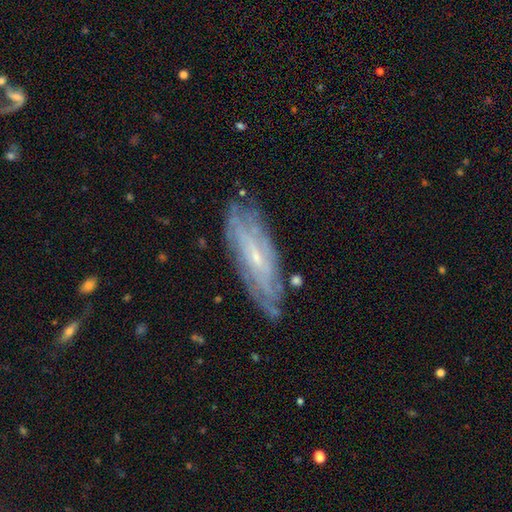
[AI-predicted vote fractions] This is likely a featured or disk galaxy (75%). It is likely not viewed edge-on (75%). Bar: possibly no (54%). Spiral arm pattern: clearly yes (82%). Central bulge: likely small (79%). Merging: likely none (77%).